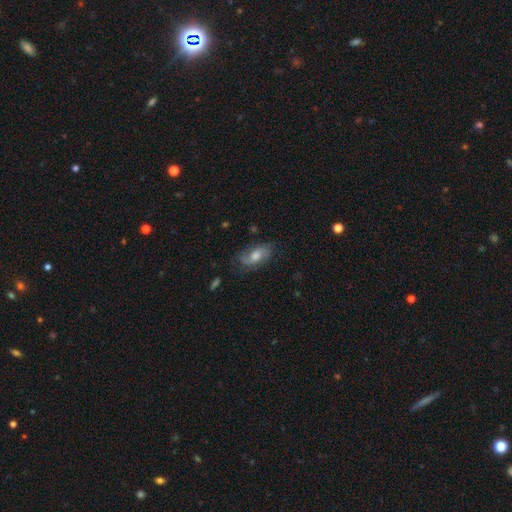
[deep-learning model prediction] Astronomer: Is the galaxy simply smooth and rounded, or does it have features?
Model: featured or disk — 68%.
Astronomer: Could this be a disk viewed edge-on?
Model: no — 93%.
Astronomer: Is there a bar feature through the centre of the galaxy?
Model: no — 59%.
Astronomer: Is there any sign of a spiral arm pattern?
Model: yes — 91%.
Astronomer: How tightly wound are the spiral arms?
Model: medium — 45% (runner-up: loose, 28%).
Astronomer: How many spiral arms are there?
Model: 2 — 75%.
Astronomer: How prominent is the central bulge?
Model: moderate — 62%.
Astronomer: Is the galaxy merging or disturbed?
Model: none — 73%.